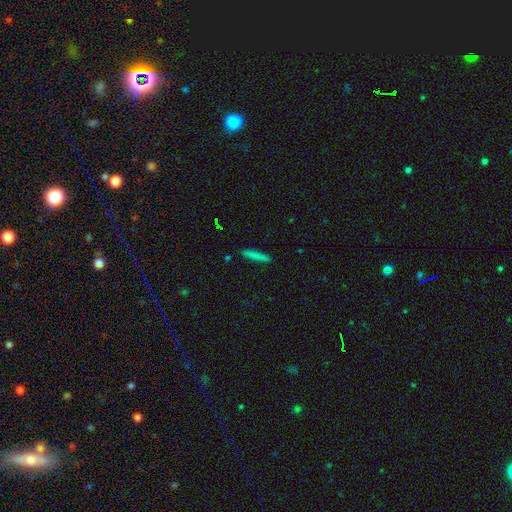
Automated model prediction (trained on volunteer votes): Smooth or featured? Predicted: smooth (p=0.80). How rounded? Predicted: cigar-shaped (p=0.94). Merging? Predicted: none (p=0.90).